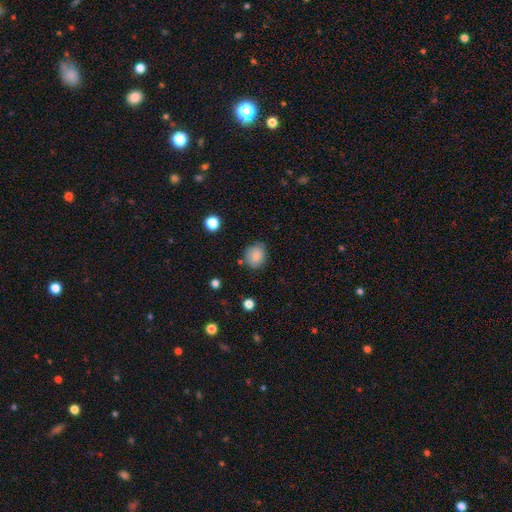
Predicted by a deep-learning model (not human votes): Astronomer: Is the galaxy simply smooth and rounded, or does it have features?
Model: smooth — 85%.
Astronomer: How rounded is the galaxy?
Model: round — 61% (runner-up: in between, 38%).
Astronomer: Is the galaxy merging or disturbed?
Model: none — 75%.